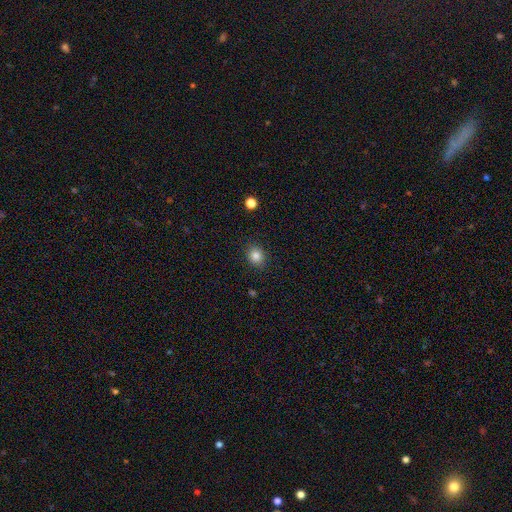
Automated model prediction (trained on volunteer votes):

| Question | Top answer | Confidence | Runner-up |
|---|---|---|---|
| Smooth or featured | smooth | 84% | star or artifact (11%) |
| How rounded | round | 68% | in between (32%) |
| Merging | none | 88% | minor disturbance (8%) |